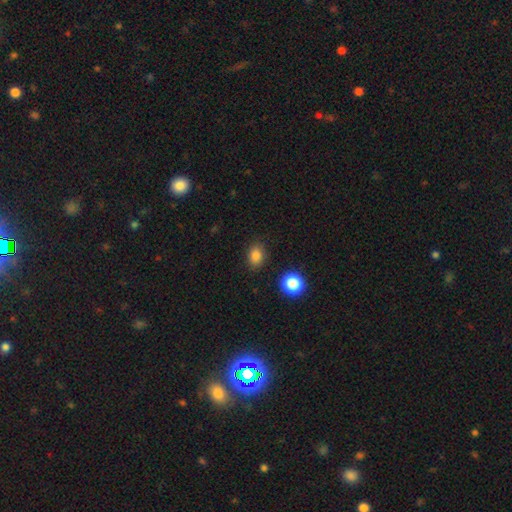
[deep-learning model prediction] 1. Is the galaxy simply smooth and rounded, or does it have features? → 83% smooth, 12% star or artifact, 5% featured or disk.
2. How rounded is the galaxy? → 57% in between, 42% round, 1% cigar-shaped.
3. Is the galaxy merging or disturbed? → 86% none, 10% minor disturbance, 3% major disturbance, 2% merger.